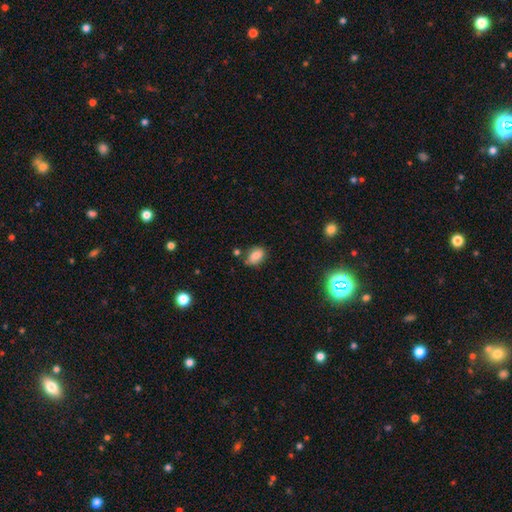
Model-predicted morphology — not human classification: Smooth or featured? smooth (80%)
How rounded? in between (79%)
Merging? none (66%)